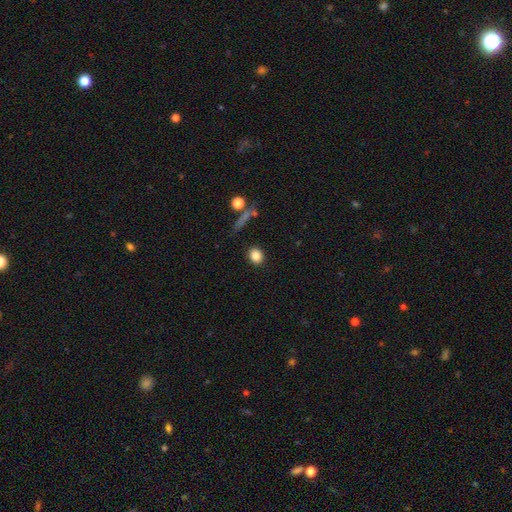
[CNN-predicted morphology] smooth_or_featured: smooth (p=0.85) [alt: star or artifact p=0.10]
how_rounded: round (p=0.65) [alt: in between p=0.33]
merging: none (p=0.86) [alt: minor disturbance p=0.08]